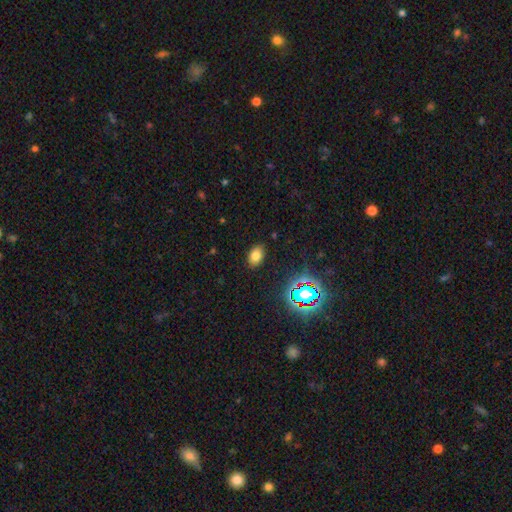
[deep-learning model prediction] smooth-or-featured: smooth: 75% | star or artifact: 17% | featured or disk: 8%
  how-rounded: in between: 83% | round: 15% | cigar-shaped: 1%
  merging: none: 87% | minor disturbance: 9% | major disturbance: 3% | merger: 1%